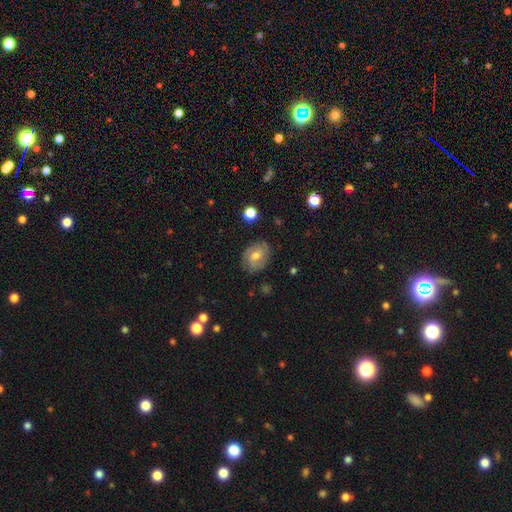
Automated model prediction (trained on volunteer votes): Q: Smooth or featured?
A: featured or disk (52%); runner-up: smooth (38%)
Q: Edge-on disk?
A: no (96%); runner-up: yes (4%)
Q: Bar?
A: no (51%); runner-up: weak (41%)
Q: Spiral arms?
A: yes (81%); runner-up: no (19%)
Q: Bulge size?
A: moderate (67%); runner-up: small (25%)
Q: Merging?
A: none (78%); runner-up: minor disturbance (16%)